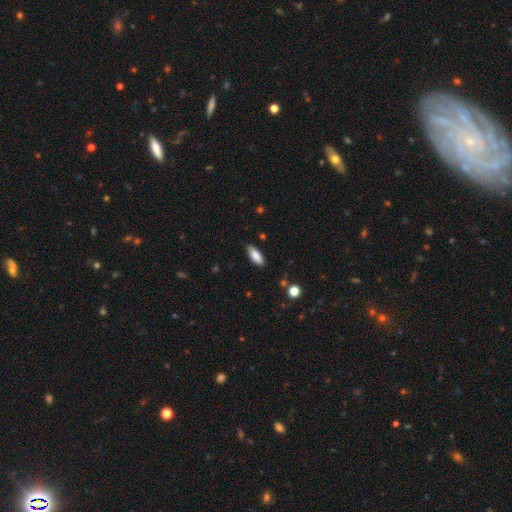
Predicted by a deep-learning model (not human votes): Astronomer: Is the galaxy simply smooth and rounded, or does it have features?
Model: smooth — 85%.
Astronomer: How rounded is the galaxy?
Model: in between — 79%.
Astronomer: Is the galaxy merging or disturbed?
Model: none — 85%.